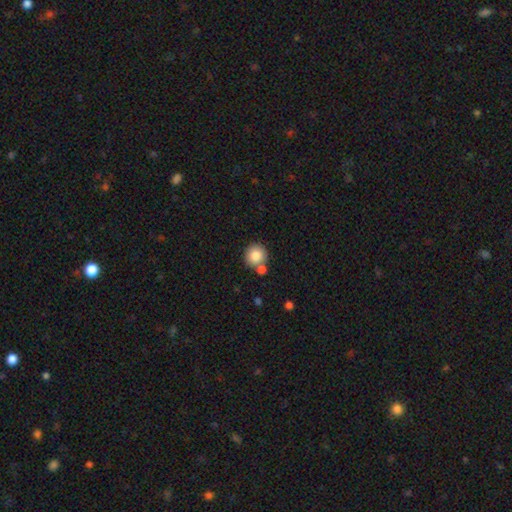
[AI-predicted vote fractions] smooth-or-featured: smooth: 82% | star or artifact: 9% | featured or disk: 8%
  how-rounded: round: 92% | in between: 7% | cigar-shaped: 1%
  merging: none: 68% | merger: 20% | minor disturbance: 9% | major disturbance: 3%